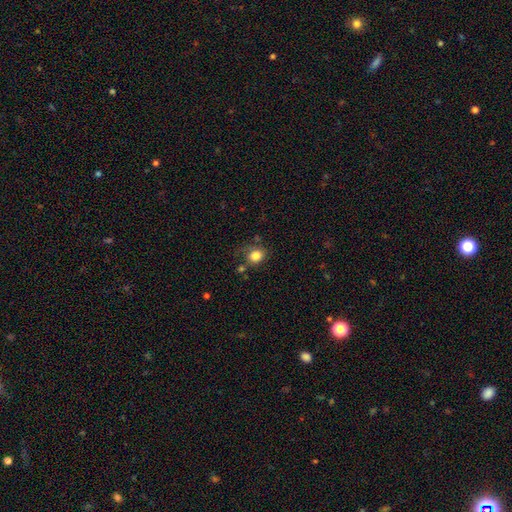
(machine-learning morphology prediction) Smooth or featured?
  - smooth: 82% *
  - star or artifact: 10%
  - featured or disk: 8%
How rounded?
  - round: 60% *
  - in between: 39%
  - cigar-shaped: 1%
Merging?
  - none: 59% *
  - minor disturbance: 23%
  - major disturbance: 11%
  - merger: 8%